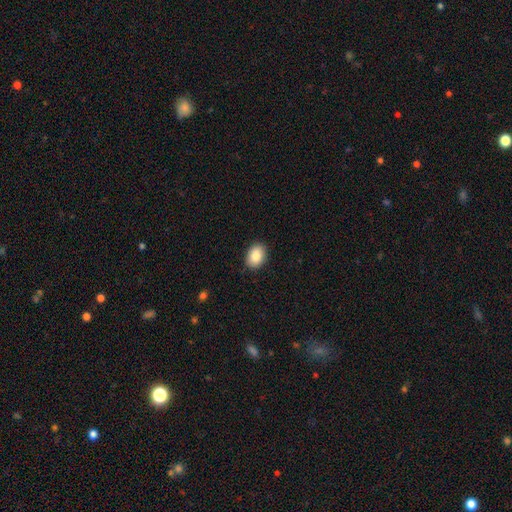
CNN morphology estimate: The model was most divided on "how rounded": in between: 73%, round: 26%, cigar-shaped: 1%. More confident: merging — none (88%); smooth or featured — smooth (84%).